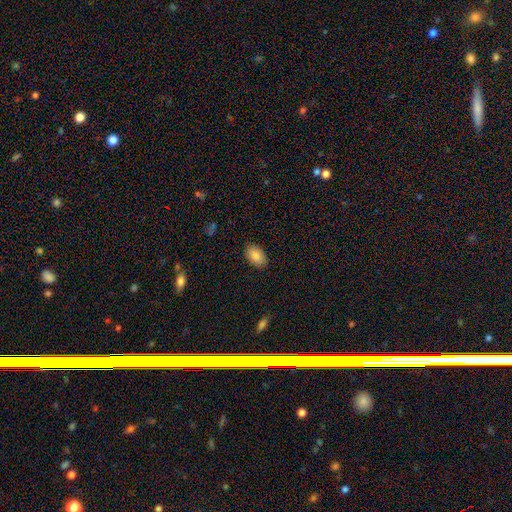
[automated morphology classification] smooth-or-featured: smooth: 85% | featured or disk: 8% | star or artifact: 7%
  how-rounded: in between: 88% | round: 11% | cigar-shaped: 1%
  merging: none: 87% | minor disturbance: 10% | major disturbance: 2% | merger: 1%